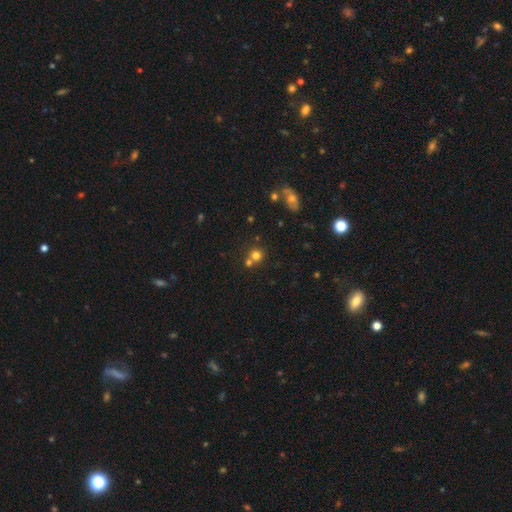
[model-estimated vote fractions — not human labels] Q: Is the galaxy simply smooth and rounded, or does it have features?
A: smooth — 73%.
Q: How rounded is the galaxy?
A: round — 88%.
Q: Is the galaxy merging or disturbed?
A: none — 56%.